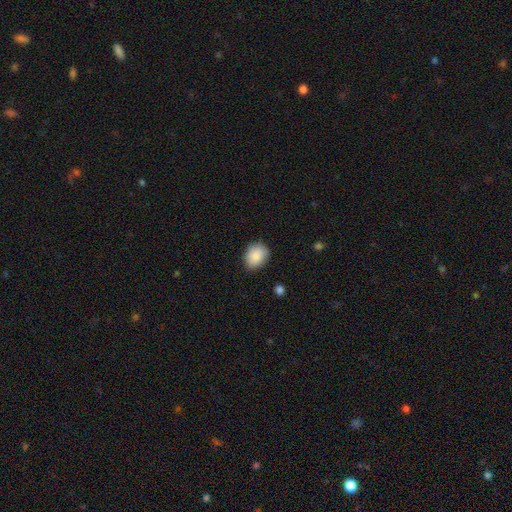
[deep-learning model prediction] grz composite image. It shows a smooth galaxy with no disk features (88%) that is round (50%, tied with in between). Merging: none (84%).